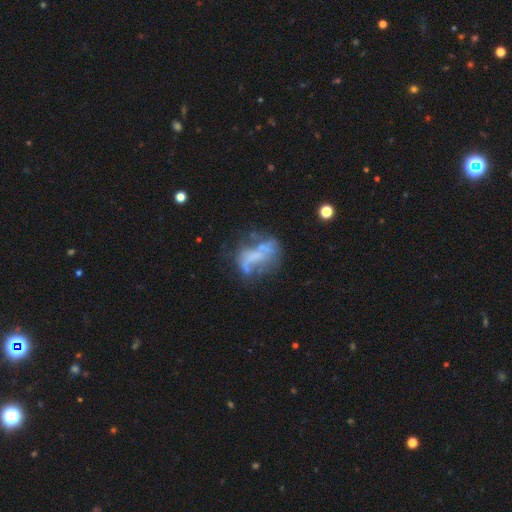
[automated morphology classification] This appears to be a featured or disk galaxy (59%) with no bar (76%), no spiral arms (83%) and no central bulge (73%). Merging: none (35%).